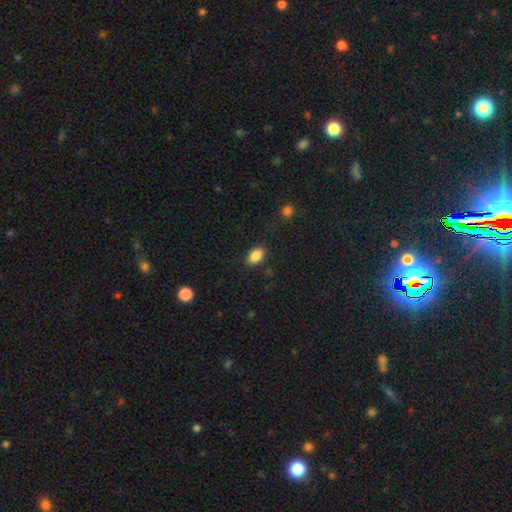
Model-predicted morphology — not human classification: Smooth or featured: smooth — 87% (star or artifact — 8%)
How rounded: in between — 90% (round — 8%)
Merging: none — 85% (minor disturbance — 10%)